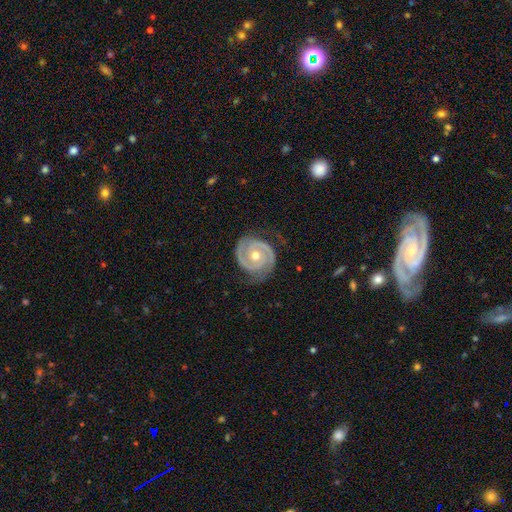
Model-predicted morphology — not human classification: Q: Smooth or featured?
A: featured or disk (92%); runner-up: smooth (4%)
Q: Edge-on disk?
A: no (98%); runner-up: yes (2%)
Q: Bar?
A: no (71%); runner-up: weak (21%)
Q: Spiral arms?
A: yes (98%); runner-up: no (2%)
Q: Spiral winding?
A: tight (70%); runner-up: medium (26%)
Q: Spiral arm count?
A: 2 (92%); runner-up: can't tell (2%)
Q: Bulge size?
A: moderate (68%); runner-up: small (29%)
Q: Merging?
A: none (79%); runner-up: minor disturbance (15%)